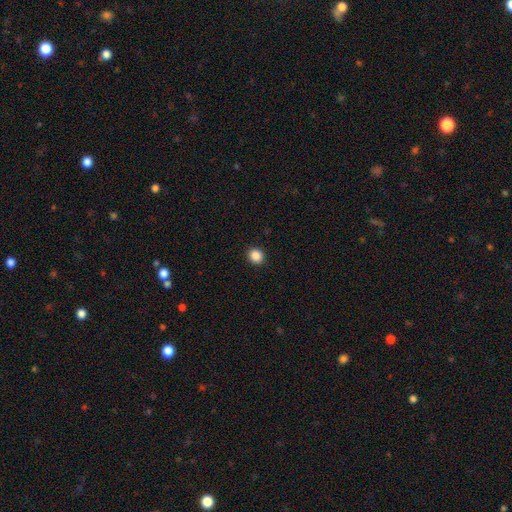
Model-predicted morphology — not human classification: Overall: smooth (88%). How rounded: round (81%). Merging: none (92%).